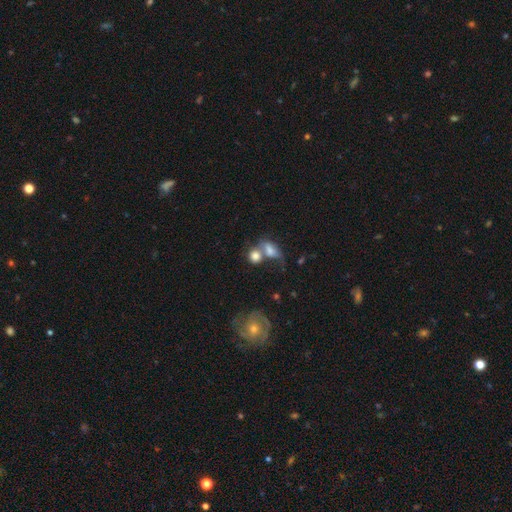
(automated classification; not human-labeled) This appears to be a smooth galaxy with no disk features (73%) that is round (54%). Merging: merger (56%).